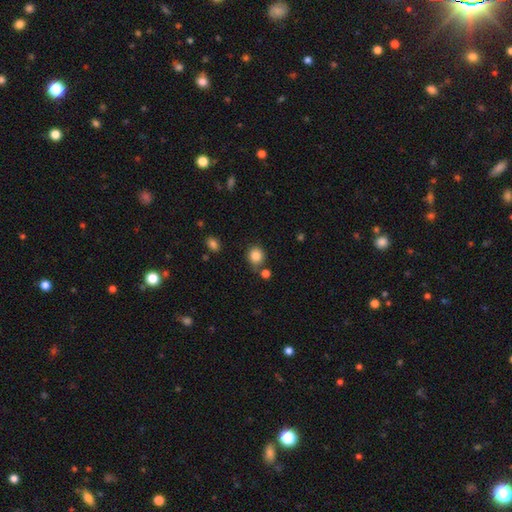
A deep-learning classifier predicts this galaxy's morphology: This appears to be a smooth galaxy with no disk features (85%) that is round (80%). Merging: none (75%).